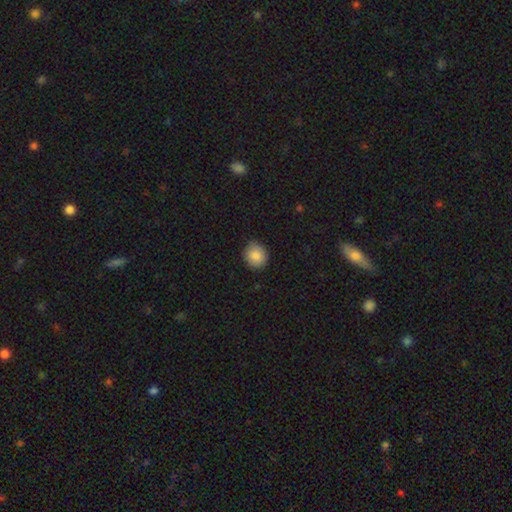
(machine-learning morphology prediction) Smooth or featured: smooth — 88% (star or artifact — 8%)
How rounded: round — 74% (in between — 25%)
Merging: none — 83% (minor disturbance — 14%)